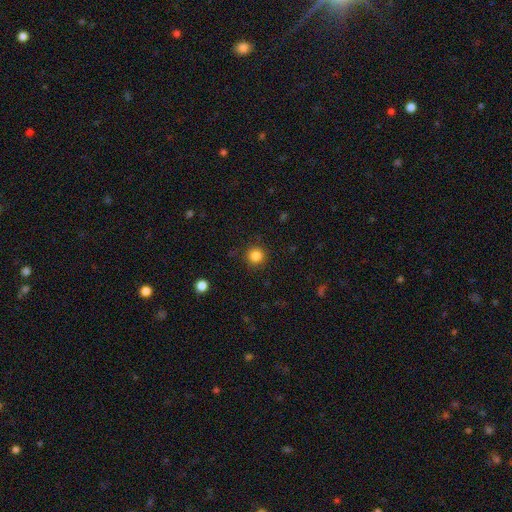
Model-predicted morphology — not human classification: The model was most divided on "smooth or featured": smooth: 84%, star or artifact: 12%, featured or disk: 4%. More confident: how rounded — round (94%); merging — none (90%).